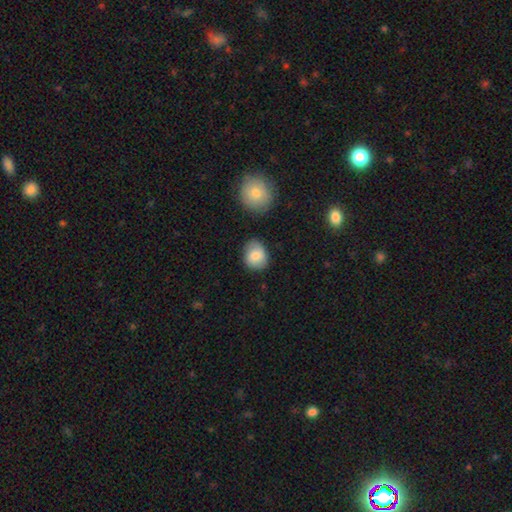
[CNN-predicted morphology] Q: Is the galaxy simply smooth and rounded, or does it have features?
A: smooth — 78%.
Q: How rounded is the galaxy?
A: round — 64%.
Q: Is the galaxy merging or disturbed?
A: none — 75%.